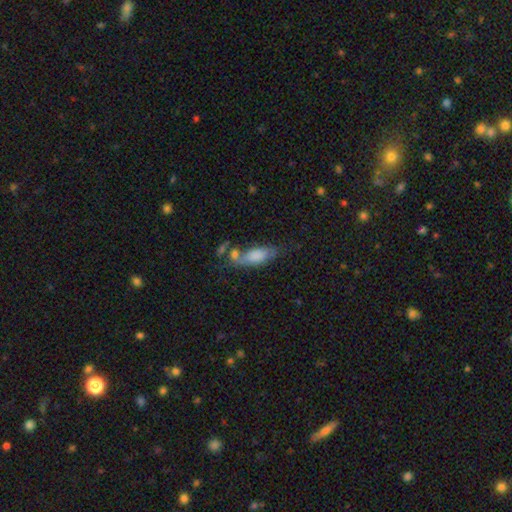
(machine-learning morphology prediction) This appears to be a smooth galaxy with no disk features (75%) that is in between round and cigar-shaped (76%). Merging: none (41%).